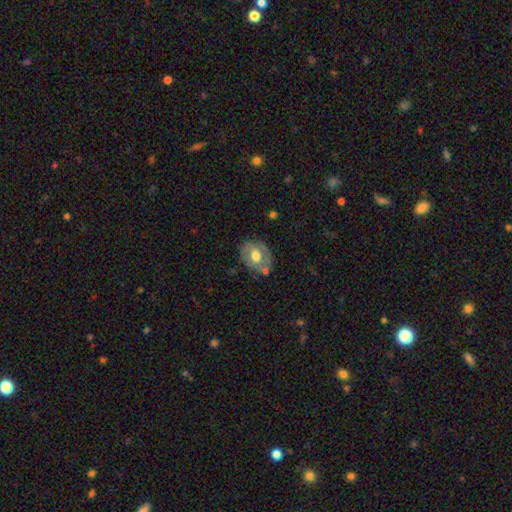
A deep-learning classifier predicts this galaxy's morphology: Smooth or featured? smooth (48%)
Merging? none (66%)